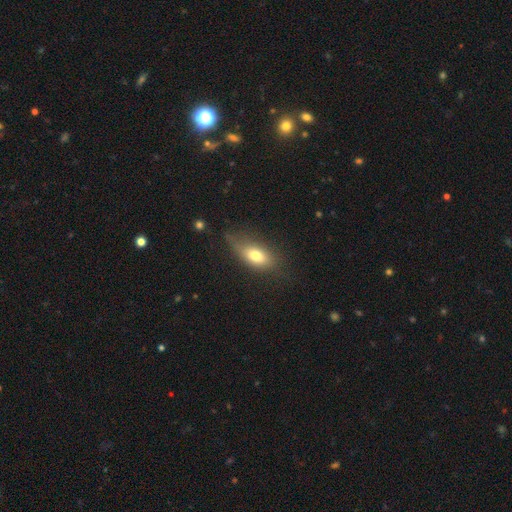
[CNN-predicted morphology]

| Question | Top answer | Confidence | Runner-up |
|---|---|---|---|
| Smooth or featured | smooth | 73% | featured or disk (18%) |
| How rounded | in between | 83% | cigar-shaped (9%) |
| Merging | none | 51% | minor disturbance (31%) |